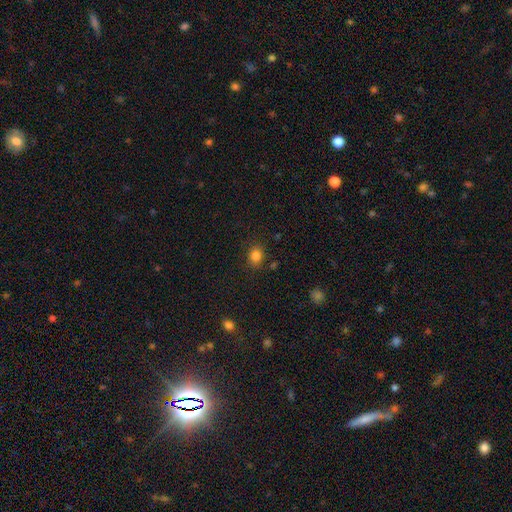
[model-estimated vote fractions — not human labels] smooth-or-featured: smooth: 83% | star or artifact: 12% | featured or disk: 5%
  how-rounded: round: 58% | in between: 41% | cigar-shaped: 1%
  merging: none: 83% | minor disturbance: 11% | major disturbance: 3% | merger: 3%